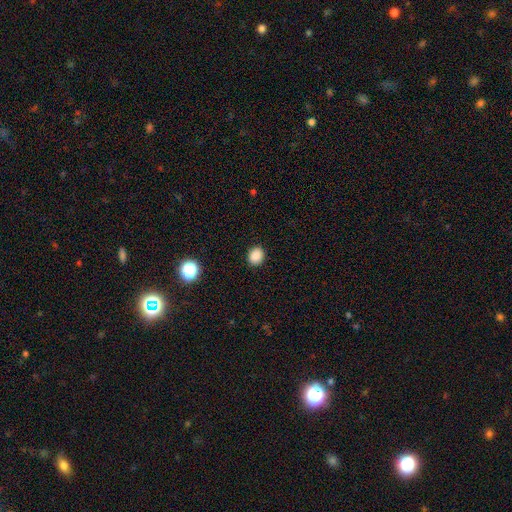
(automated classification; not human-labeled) A smooth galaxy with no disk features (87%) that is round (63%).

Vote fractions:
- Smooth or featured? smooth: 87% / star or artifact: 10% / featured or disk: 3%
- How rounded? round: 63% / in between: 36% / cigar-shaped: 1%
- Merging? none: 90% / minor disturbance: 7% / major disturbance: 2% / merger: 1%